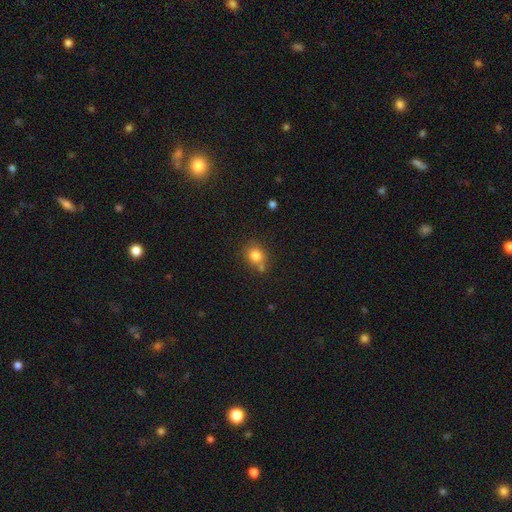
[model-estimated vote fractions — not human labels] This is clearly a smooth galaxy (80%). How rounded: likely round (70%). Merging: possibly none (60%).